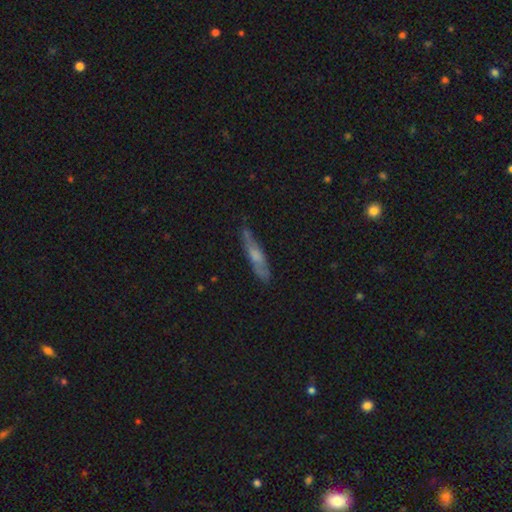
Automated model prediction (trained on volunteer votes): Overall: smooth (48%; featured or disk 45%). Merging: none (77%).